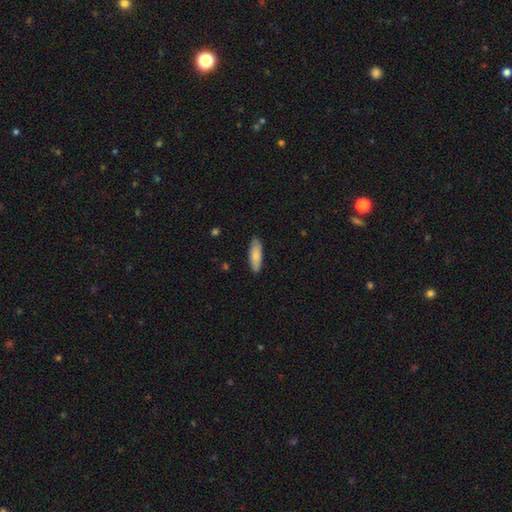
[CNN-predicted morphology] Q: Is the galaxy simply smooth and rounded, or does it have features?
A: smooth — 81%.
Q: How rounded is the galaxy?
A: in between — 59%.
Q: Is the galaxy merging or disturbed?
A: none — 85%.